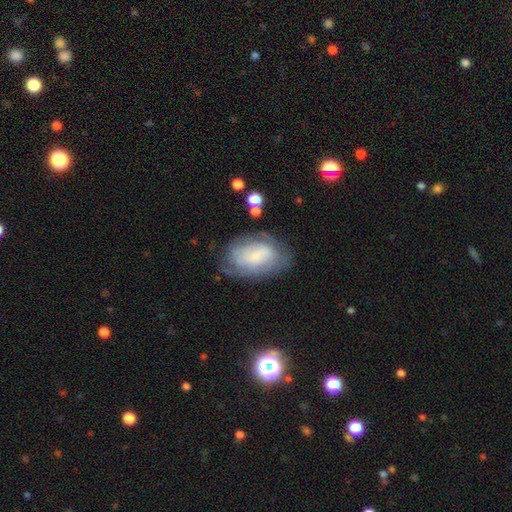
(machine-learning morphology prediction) Overall: featured or disk (46%; smooth 44%). Merging: none (64%).